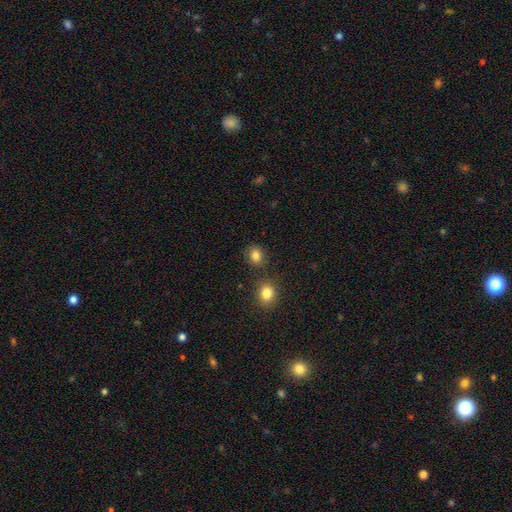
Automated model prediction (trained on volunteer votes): Q: Smooth or featured?
A: smooth (82%); runner-up: star or artifact (12%)
Q: How rounded?
A: round (67%); runner-up: in between (32%)
Q: Merging?
A: none (80%); runner-up: minor disturbance (10%)